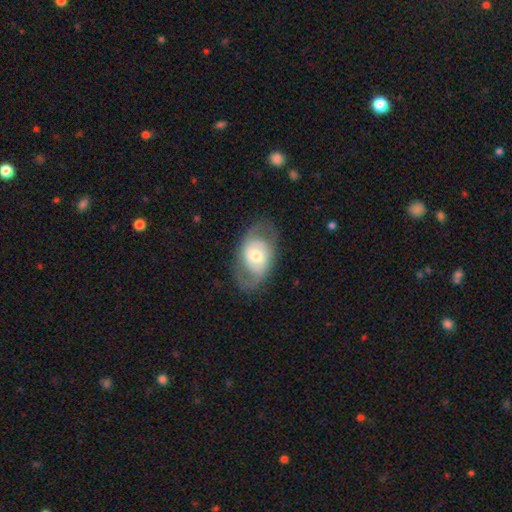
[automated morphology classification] This is likely a featured or disk galaxy (66%). It is clearly not viewed edge-on (94%). Bar: likely no (63%). Spiral arm pattern: likely yes (73%). Central bulge: likely moderate (63%). Merging: likely none (71%).